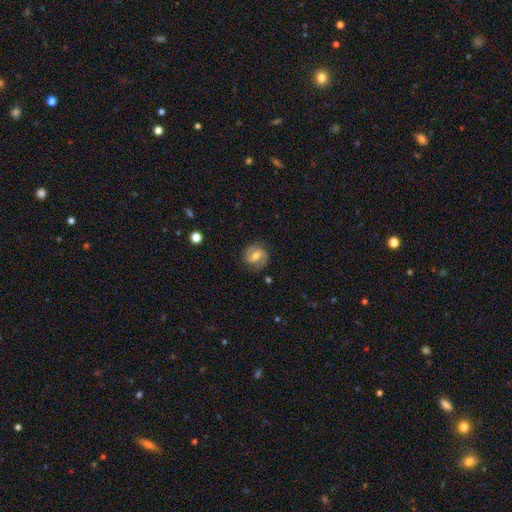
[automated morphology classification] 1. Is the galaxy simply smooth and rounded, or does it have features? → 63% featured or disk, 30% smooth, 8% star or artifact.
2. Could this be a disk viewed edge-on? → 97% no, 3% yes.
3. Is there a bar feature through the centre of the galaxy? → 48% weak, 28% strong, 24% no.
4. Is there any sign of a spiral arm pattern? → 86% yes, 14% no.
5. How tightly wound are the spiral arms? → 46% medium, 31% tight, 23% loose.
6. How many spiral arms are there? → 85% 2, 8% can't tell, 3% 1, 2% 3, 1% 4, 1% more than 4.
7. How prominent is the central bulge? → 64% moderate, 26% small, 6% large, 2% none, 1% dominant.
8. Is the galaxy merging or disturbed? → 80% none, 14% minor disturbance, 5% major disturbance, 1% merger.